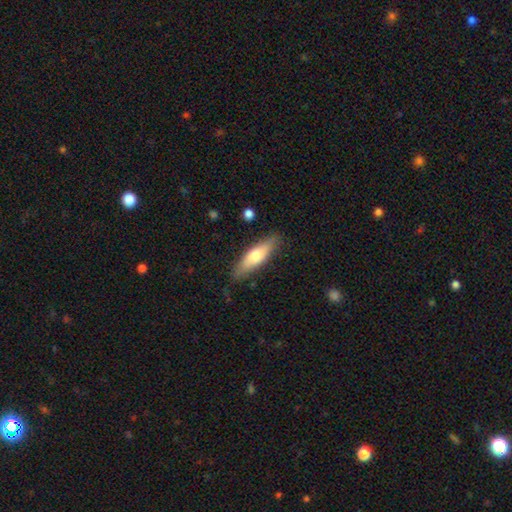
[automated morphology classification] Smooth or featured?
  - smooth: 65% *
  - featured or disk: 29%
  - star or artifact: 6%
How rounded?
  - cigar-shaped: 54% *
  - in between: 45%
  - round: 2%
Merging?
  - none: 81% *
  - minor disturbance: 14%
  - major disturbance: 3%
  - merger: 2%